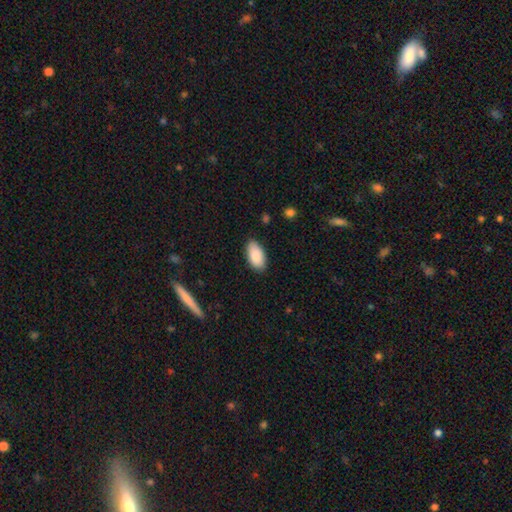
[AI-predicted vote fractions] The model was most divided on "merging": none: 84%, minor disturbance: 12%, major disturbance: 2%, merger: 1%. More confident: how rounded — in between (95%); smooth or featured — smooth (88%).